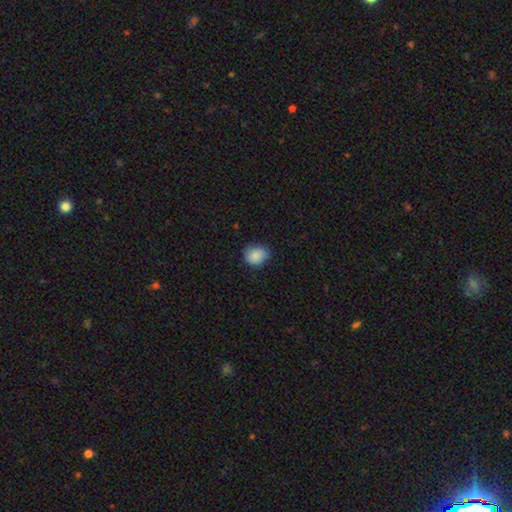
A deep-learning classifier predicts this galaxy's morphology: Smooth or featured?
  - smooth: 87% *
  - star or artifact: 8%
  - featured or disk: 5%
How rounded?
  - round: 67% *
  - in between: 32%
  - cigar-shaped: 1%
Merging?
  - none: 73% *
  - minor disturbance: 23%
  - major disturbance: 4%
  - merger: 1%